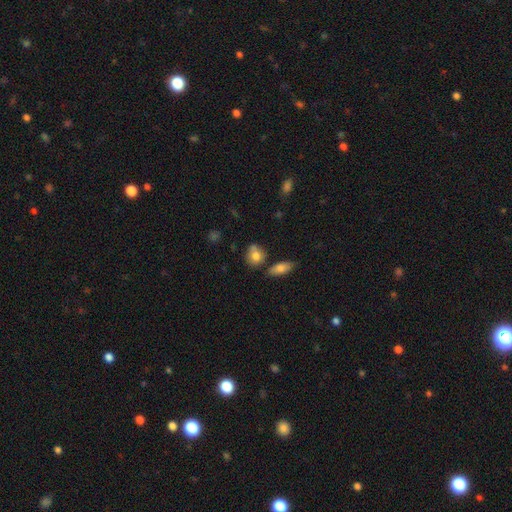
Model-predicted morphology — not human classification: smooth-or-featured: smooth: 78% | featured or disk: 13% | star or artifact: 9%
  how-rounded: round: 67% | in between: 30% | cigar-shaped: 2%
  merging: none: 62% | merger: 20% | minor disturbance: 15% | major disturbance: 4%